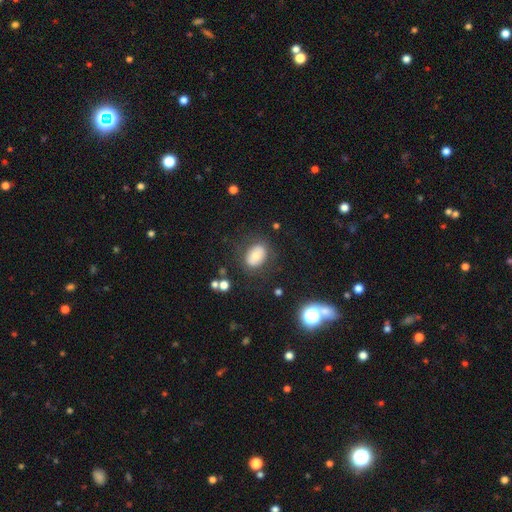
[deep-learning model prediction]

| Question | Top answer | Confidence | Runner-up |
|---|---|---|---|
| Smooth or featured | smooth | 68% | featured or disk (21%) |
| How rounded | in between | 71% | round (28%) |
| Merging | none | 75% | minor disturbance (15%) |